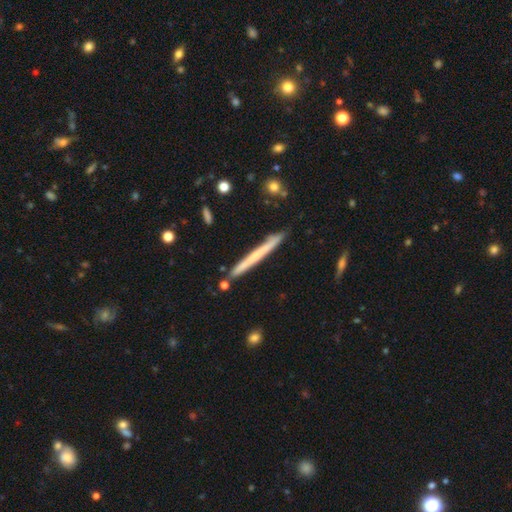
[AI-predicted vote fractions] This is possibly a smooth galaxy (49%). Merging: clearly none (88%).